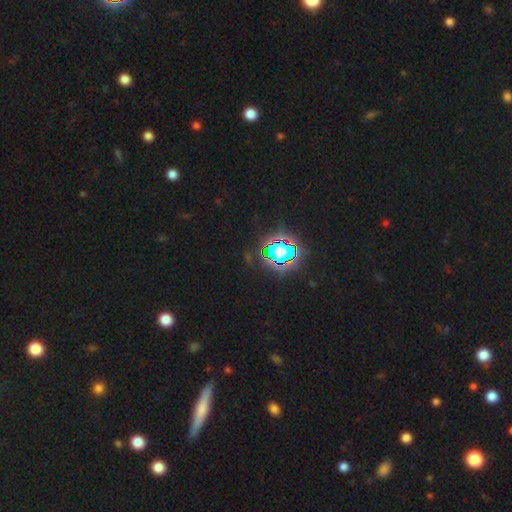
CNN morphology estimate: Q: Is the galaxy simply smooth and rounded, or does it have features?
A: star or artifact — 77%.